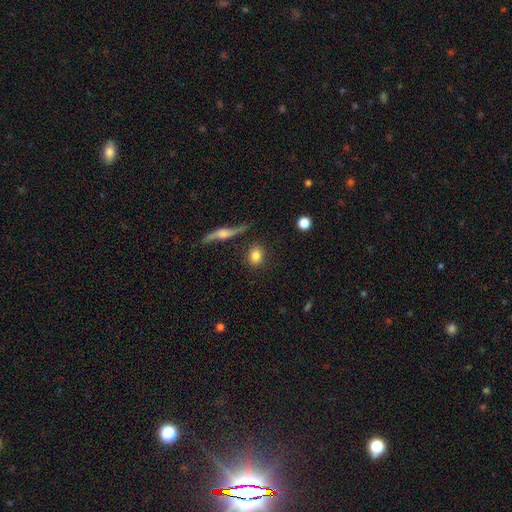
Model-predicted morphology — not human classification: Smooth or featured: smooth — 82% (featured or disk — 10%)
How rounded: round — 61% (in between — 36%)
Merging: none — 82% (minor disturbance — 10%)